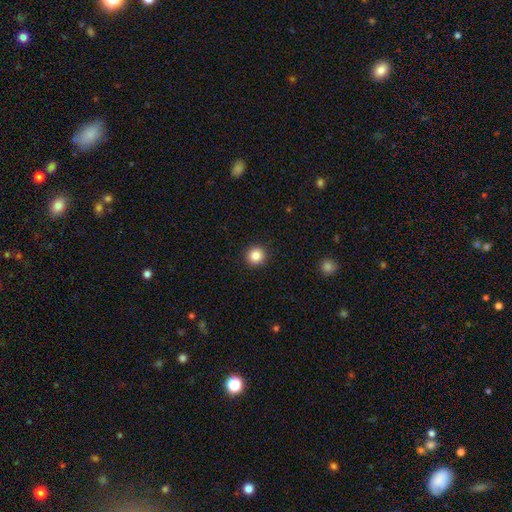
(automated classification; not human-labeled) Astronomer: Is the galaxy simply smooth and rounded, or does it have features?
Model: smooth — 86%.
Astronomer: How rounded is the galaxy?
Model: round — 95%.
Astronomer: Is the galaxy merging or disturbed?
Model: none — 93%.